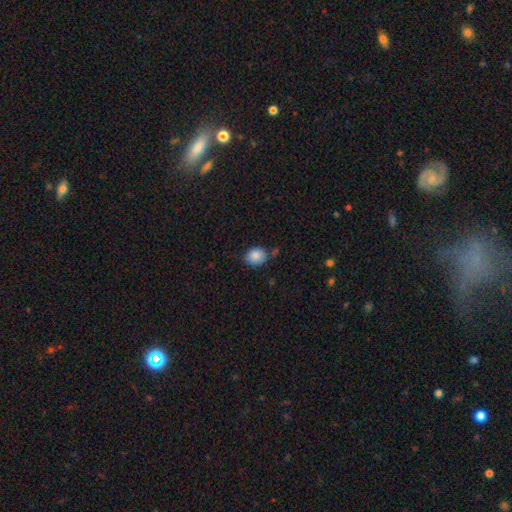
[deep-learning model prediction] Q: Smooth or featured?
A: smooth (86%); runner-up: star or artifact (9%)
Q: How rounded?
A: round (62%); runner-up: in between (37%)
Q: Merging?
A: none (72%); runner-up: minor disturbance (18%)